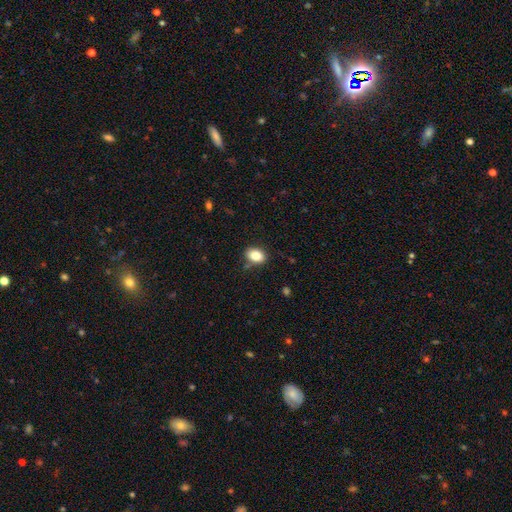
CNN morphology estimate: smooth 84%, star or artifact 9%, featured or disk 8%. Down the decision tree: how rounded — in between (78%); merging — none (81%).